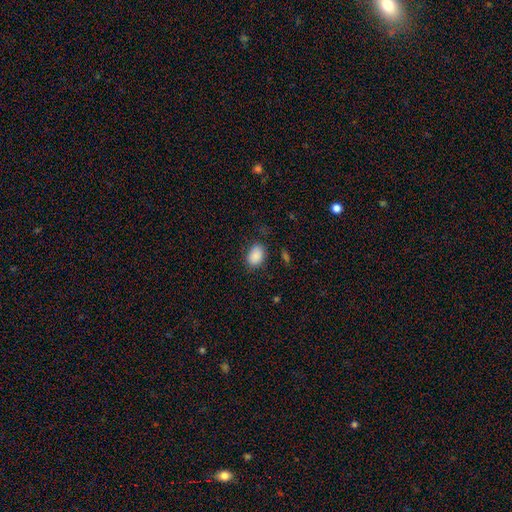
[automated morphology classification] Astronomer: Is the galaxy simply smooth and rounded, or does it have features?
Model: smooth — 88%.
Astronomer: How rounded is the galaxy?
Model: in between — 82%.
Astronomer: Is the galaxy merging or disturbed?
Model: none — 77%.